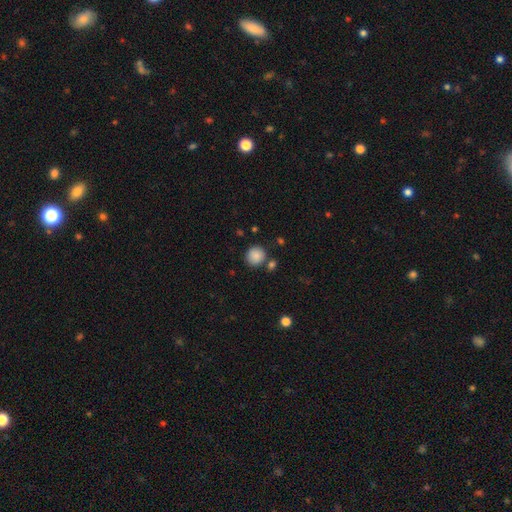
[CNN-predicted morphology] A smooth galaxy with no disk features (87%) that is round (90%).

Vote fractions:
- Smooth or featured? smooth: 87% / star or artifact: 9% / featured or disk: 4%
- How rounded? round: 90% / in between: 9% / cigar-shaped: 1%
- Merging? none: 79% / minor disturbance: 10% / merger: 9% / major disturbance: 3%